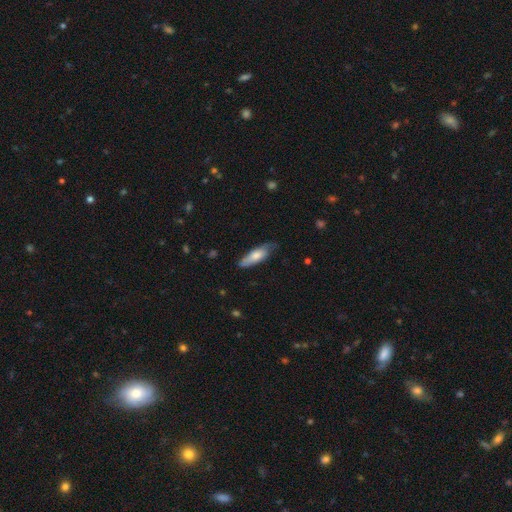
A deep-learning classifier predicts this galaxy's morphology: Smooth or featured?
  - smooth: 68% *
  - featured or disk: 27%
  - star or artifact: 6%
How rounded?
  - in between: 52% *
  - cigar-shaped: 47%
  - round: 2%
Merging?
  - none: 64% *
  - minor disturbance: 28%
  - major disturbance: 6%
  - merger: 2%